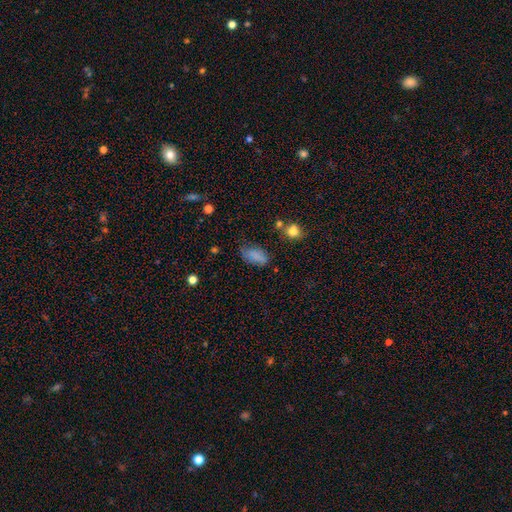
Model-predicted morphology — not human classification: smooth 78%, star or artifact 11%, featured or disk 11%. Down the decision tree: how rounded — in between (91%); merging — none (59%).